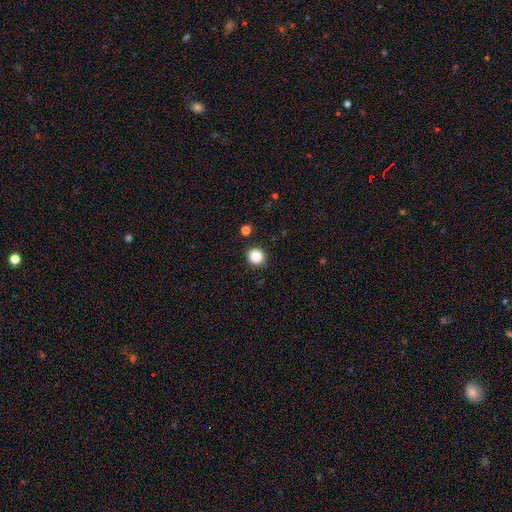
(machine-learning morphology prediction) smooth-or-featured: smooth: 85% | star or artifact: 11% | featured or disk: 4%
  how-rounded: round: 92% | in between: 7% | cigar-shaped: 1%
  merging: none: 90% | minor disturbance: 6% | major disturbance: 2% | merger: 2%